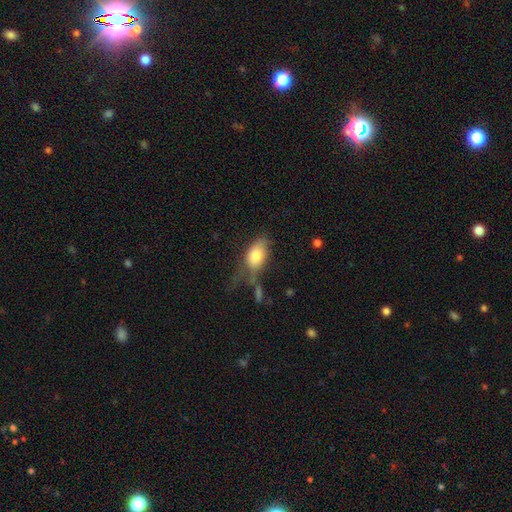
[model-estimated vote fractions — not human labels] This is likely a smooth galaxy (76%). How rounded: clearly in between (89%). Merging: marginally none (32%).